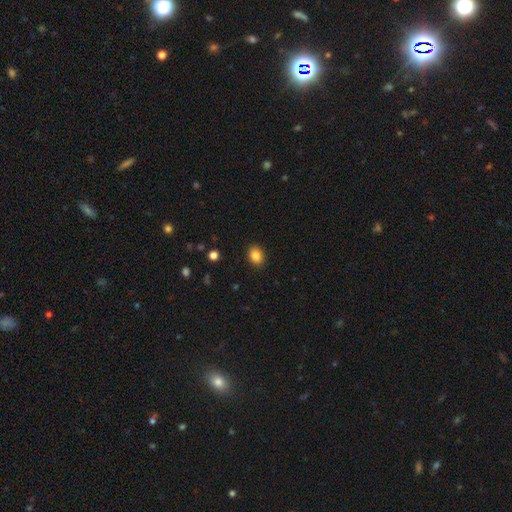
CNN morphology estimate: This is clearly a smooth galaxy (86%). How rounded: possibly in between (60%). Merging: clearly none (90%).